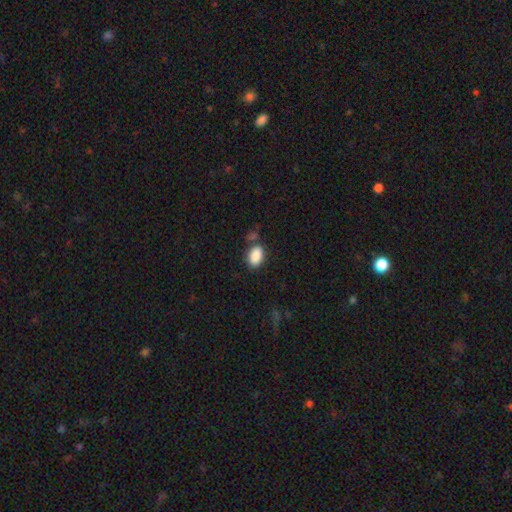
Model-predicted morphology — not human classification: Smooth or featured?
  - smooth: 89% *
  - star or artifact: 8%
  - featured or disk: 4%
How rounded?
  - in between: 90% *
  - round: 9%
  - cigar-shaped: 2%
Merging?
  - none: 71% *
  - minor disturbance: 15%
  - merger: 10%
  - major disturbance: 4%